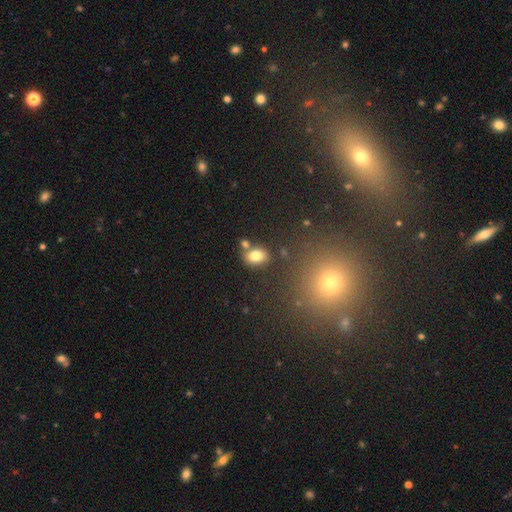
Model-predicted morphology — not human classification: Smooth or featured?
  - smooth: 79% *
  - star or artifact: 11%
  - featured or disk: 10%
How rounded?
  - in between: 71% *
  - round: 28%
  - cigar-shaped: 1%
Merging?
  - none: 70% *
  - merger: 15%
  - minor disturbance: 12%
  - major disturbance: 3%